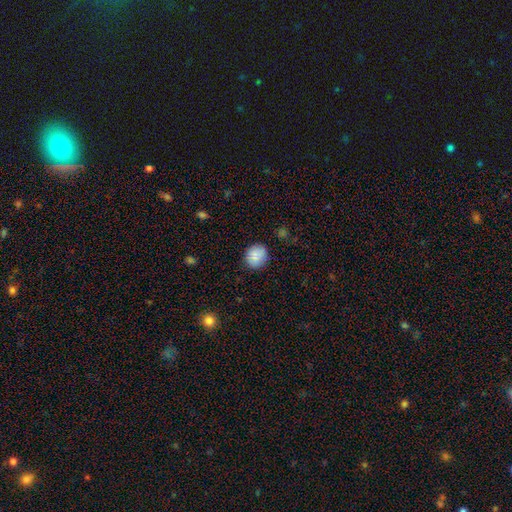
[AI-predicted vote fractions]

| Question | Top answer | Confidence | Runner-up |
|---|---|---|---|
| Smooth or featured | smooth | 86% | star or artifact (8%) |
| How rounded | round | 69% | in between (30%) |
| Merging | none | 81% | minor disturbance (15%) |